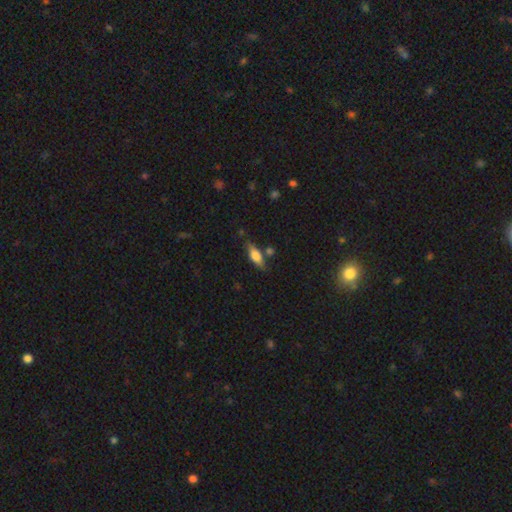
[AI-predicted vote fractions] The model was most divided on "how rounded": in between: 61%, cigar-shaped: 36%, round: 3%. More confident: merging — none (73%); smooth or featured — smooth (62%).